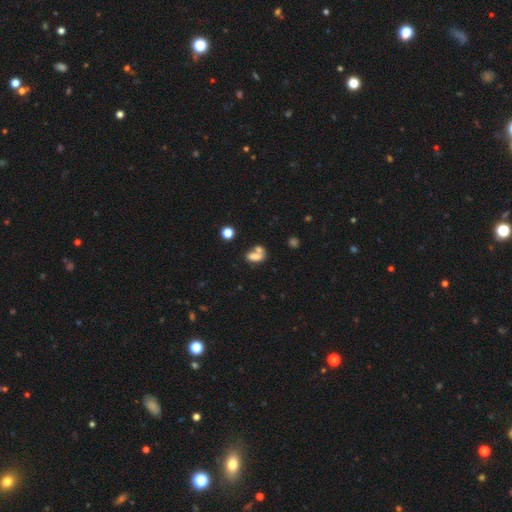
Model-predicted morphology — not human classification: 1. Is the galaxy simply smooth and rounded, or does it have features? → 70% smooth, 17% featured or disk, 13% star or artifact.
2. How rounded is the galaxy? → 80% in between, 16% round, 5% cigar-shaped.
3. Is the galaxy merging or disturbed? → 54% merger, 28% none, 11% minor disturbance, 7% major disturbance.